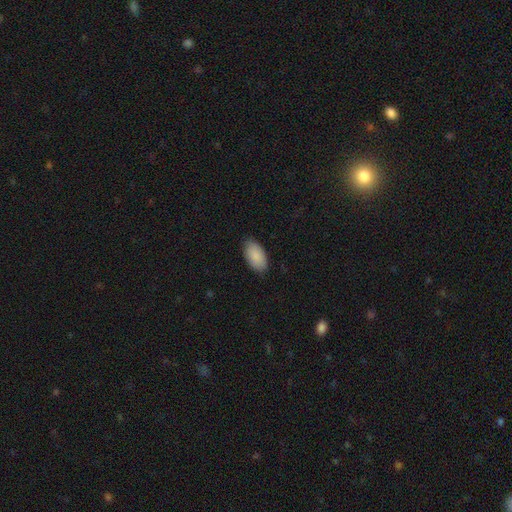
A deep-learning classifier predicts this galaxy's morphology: This appears to be a smooth galaxy with no disk features (90%) that is in between round and cigar-shaped (95%). Merging: none (86%).